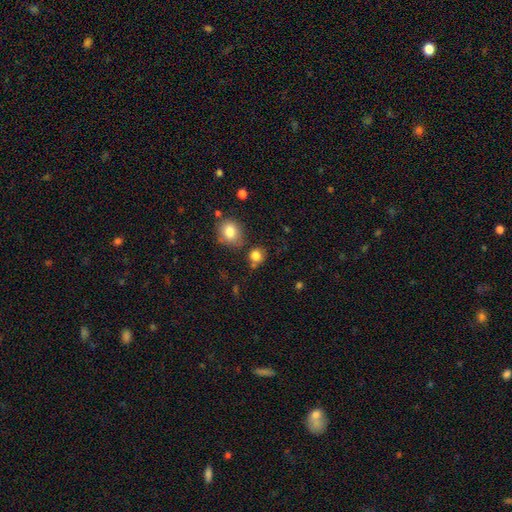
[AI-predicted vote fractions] Q: Smooth or featured?
A: smooth (81%); runner-up: star or artifact (12%)
Q: How rounded?
A: round (78%); runner-up: in between (21%)
Q: Merging?
A: none (66%); runner-up: minor disturbance (17%)